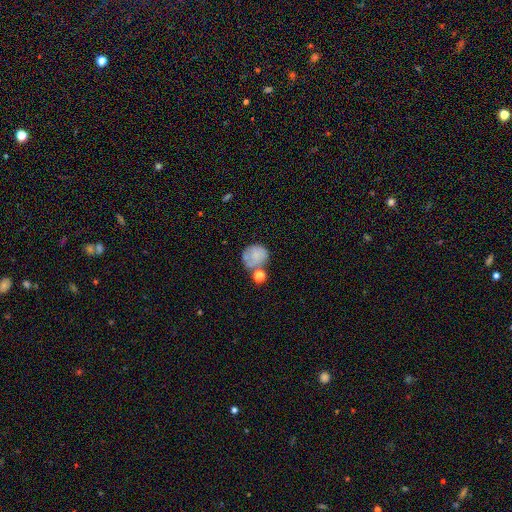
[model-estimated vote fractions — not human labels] Overall: smooth (71%). How rounded: round (77%). Merging: none (46%; merger 22%).